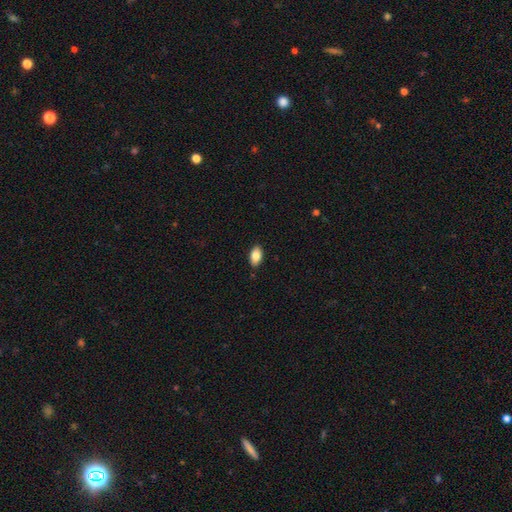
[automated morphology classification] This appears to be a smooth galaxy with no disk features (84%) that is in between round and cigar-shaped (93%). Merging: none (87%).